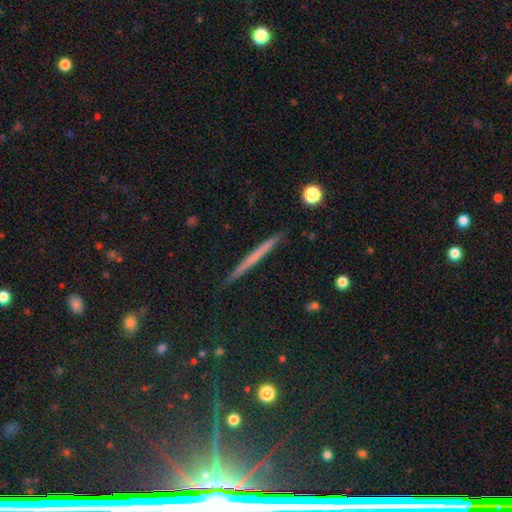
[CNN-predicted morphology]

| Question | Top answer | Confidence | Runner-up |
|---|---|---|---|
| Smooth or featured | smooth | 49% | featured or disk (42%) |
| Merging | none | 91% | minor disturbance (6%) |